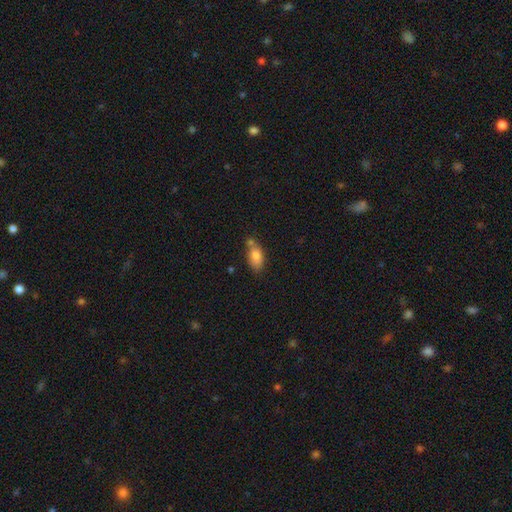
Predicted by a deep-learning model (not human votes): The model was most divided on "merging": none: 53%, merger: 22%, minor disturbance: 20%, major disturbance: 5%. More confident: how rounded — in between (88%); smooth or featured — smooth (81%).